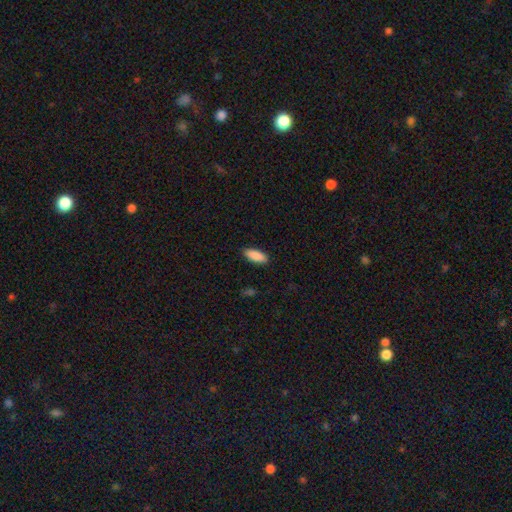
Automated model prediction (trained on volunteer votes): Overall: smooth (90%). How rounded: in between (77%). Merging: none (88%).